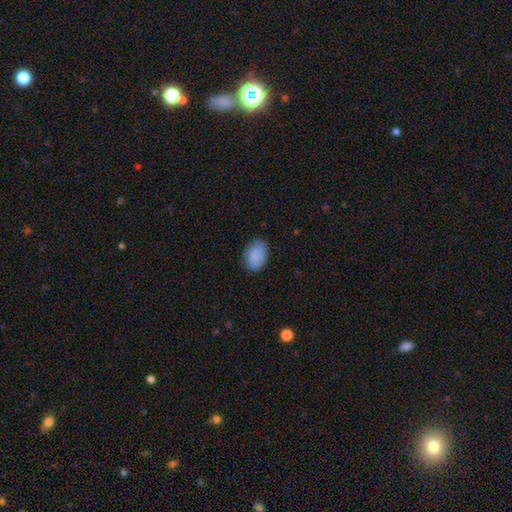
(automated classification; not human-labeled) smooth_or_featured: smooth (p=0.89) [alt: star or artifact p=0.07]
how_rounded: in between (p=0.82) [alt: round p=0.17]
merging: none (p=0.79) [alt: minor disturbance p=0.16]